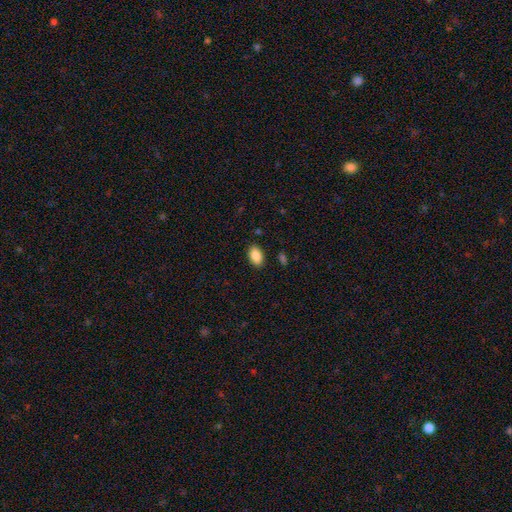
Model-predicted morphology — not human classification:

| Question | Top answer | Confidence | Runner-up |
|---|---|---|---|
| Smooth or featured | smooth | 88% | star or artifact (7%) |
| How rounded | in between | 90% | round (8%) |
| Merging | none | 87% | minor disturbance (9%) |